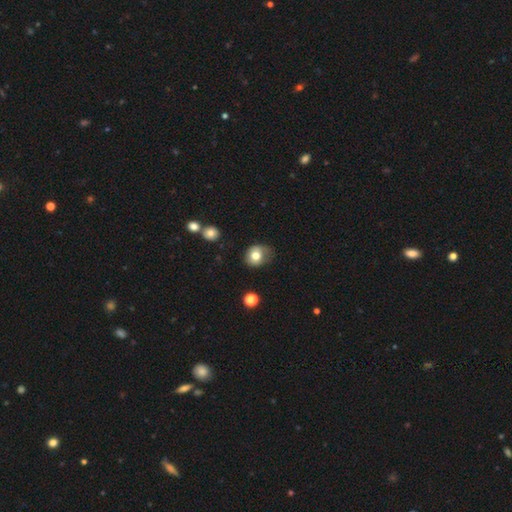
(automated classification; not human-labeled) Smooth or featured? smooth (74%)
How rounded? round (61%)
Merging? none (54%)